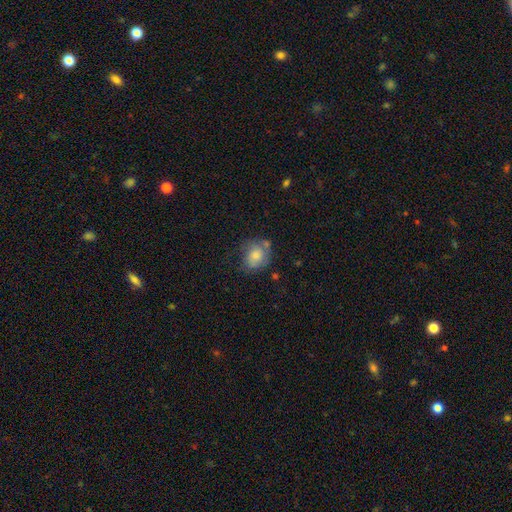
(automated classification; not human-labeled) Smooth or featured: smooth — 71% (featured or disk — 21%)
How rounded: round — 61% (in between — 38%)
Merging: none — 51% (minor disturbance — 28%)